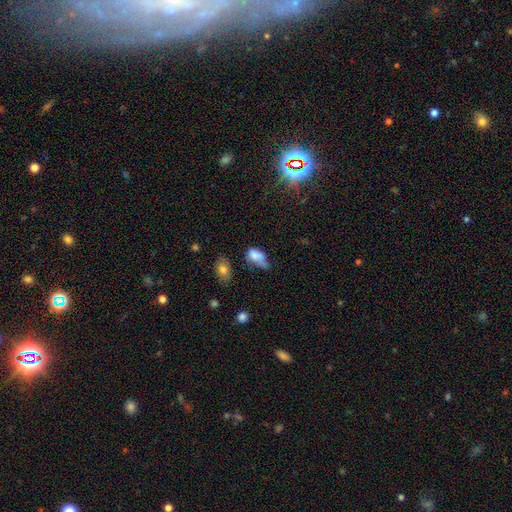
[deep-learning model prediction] This appears to be a smooth galaxy with no disk features (73%) that is in between round and cigar-shaped (86%). Merging: minor disturbance (34%).